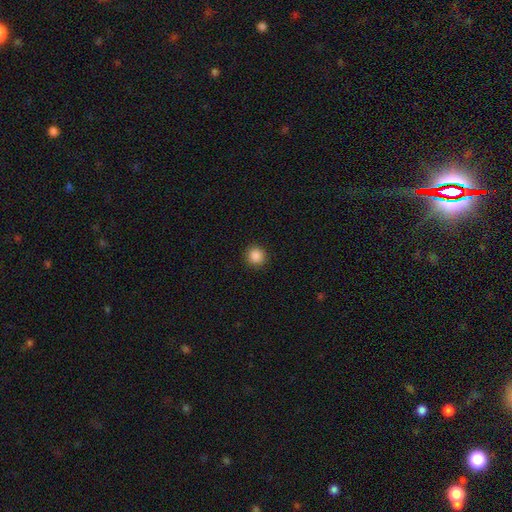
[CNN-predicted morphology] Smooth or featured?
  - smooth: 88% *
  - star or artifact: 10%
  - featured or disk: 3%
How rounded?
  - round: 94% *
  - in between: 5%
  - cigar-shaped: 1%
Merging?
  - none: 92% *
  - minor disturbance: 5%
  - major disturbance: 2%
  - merger: 1%